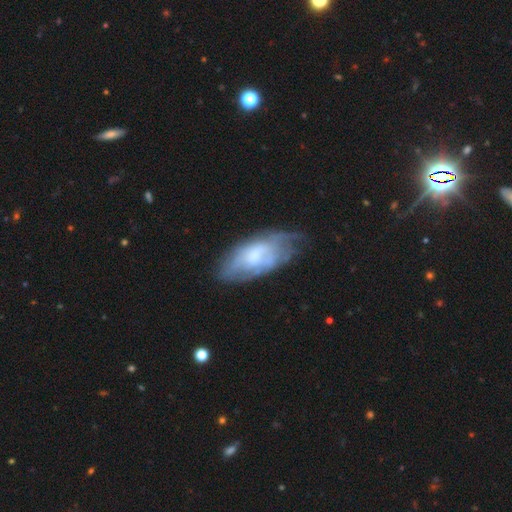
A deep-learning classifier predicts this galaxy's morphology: Overall: featured or disk (50%; smooth 43%). Merging: none (46%; minor disturbance 34%).